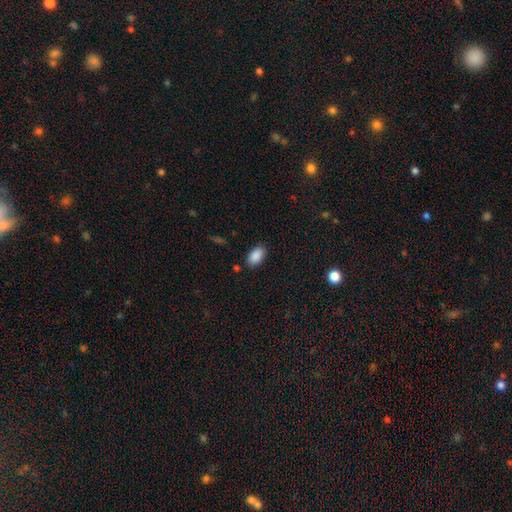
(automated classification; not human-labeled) Smooth or featured? smooth (89%)
How rounded? in between (93%)
Merging? none (84%)